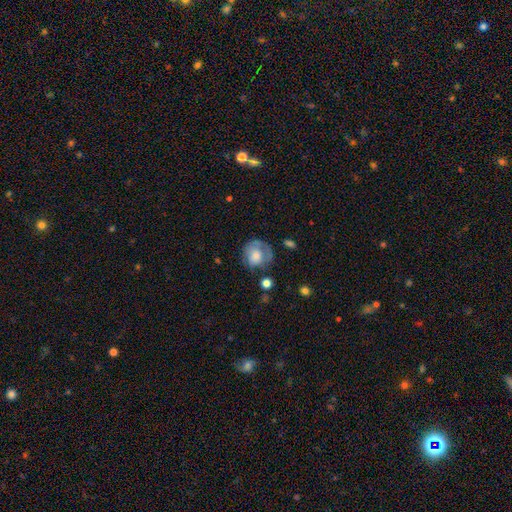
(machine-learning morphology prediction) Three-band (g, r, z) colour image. It shows a smooth galaxy with no disk features (58%) that is round (80%). Merging: none (53%).